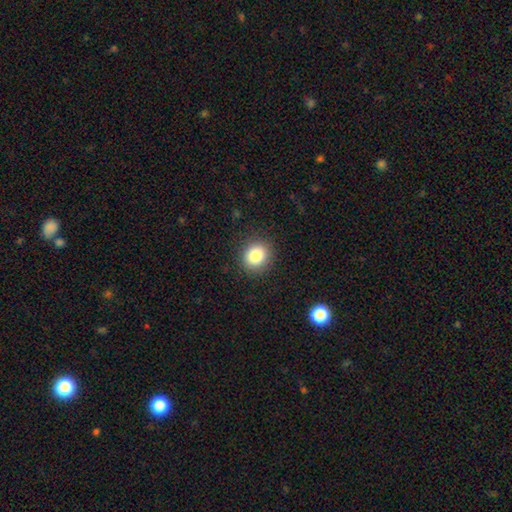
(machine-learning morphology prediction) This is clearly a smooth galaxy (84%). How rounded: likely round (76%). Merging: clearly none (89%).